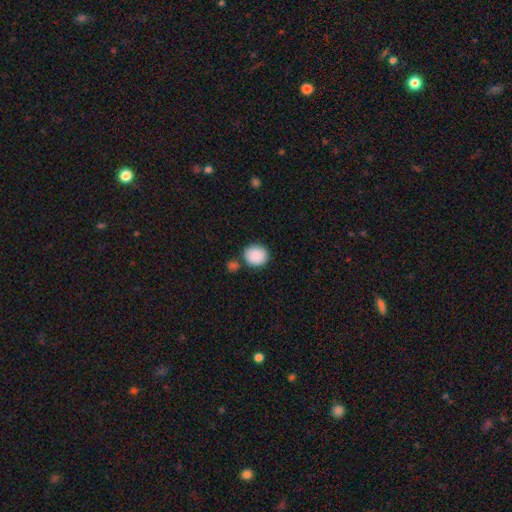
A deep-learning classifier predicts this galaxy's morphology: Smooth or featured: smooth — 86% (star or artifact — 7%)
How rounded: round — 86% (in between — 13%)
Merging: none — 74% (minor disturbance — 12%)